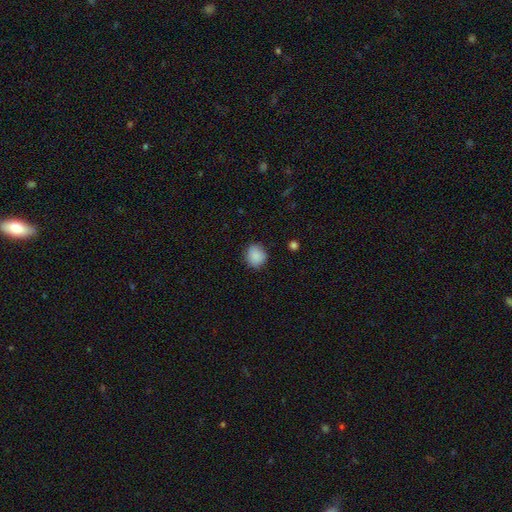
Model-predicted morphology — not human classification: This is clearly a smooth galaxy (87%). How rounded: clearly round (81%). Merging: clearly none (83%).